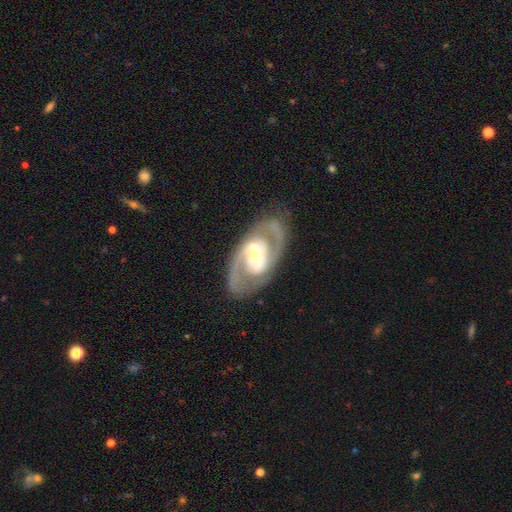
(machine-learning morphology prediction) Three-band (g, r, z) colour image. It shows a featured or disk galaxy (89%) with a weak bar (38%), 2 (89%) medium (54%) spiral arms (95%) and a moderate central bulge (46%). Merging: none (81%).